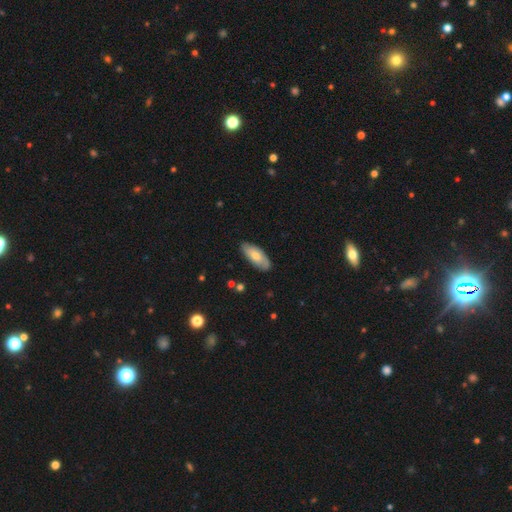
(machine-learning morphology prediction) A smooth galaxy with no disk features (67%) that is in between round and cigar-shaped (85%).

Vote fractions:
- Smooth or featured? smooth: 67% / featured or disk: 27% / star or artifact: 6%
- How rounded? in between: 85% / cigar-shaped: 13% / round: 2%
- Merging? none: 81% / minor disturbance: 15% / major disturbance: 2% / merger: 1%